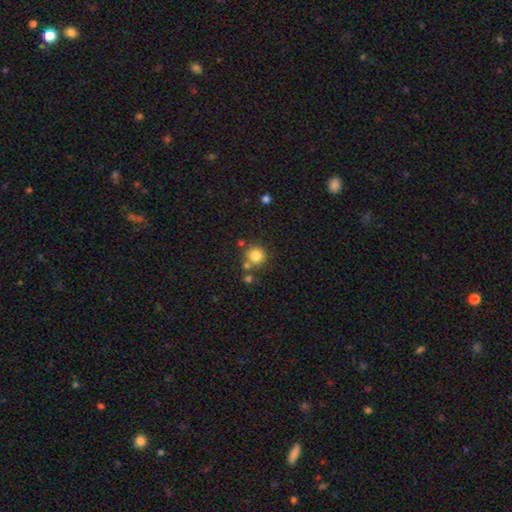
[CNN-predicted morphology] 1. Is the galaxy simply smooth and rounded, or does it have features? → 82% smooth, 11% star or artifact, 7% featured or disk.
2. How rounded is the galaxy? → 92% round, 7% in between, 1% cigar-shaped.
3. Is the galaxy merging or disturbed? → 72% none, 15% merger, 9% minor disturbance, 4% major disturbance.